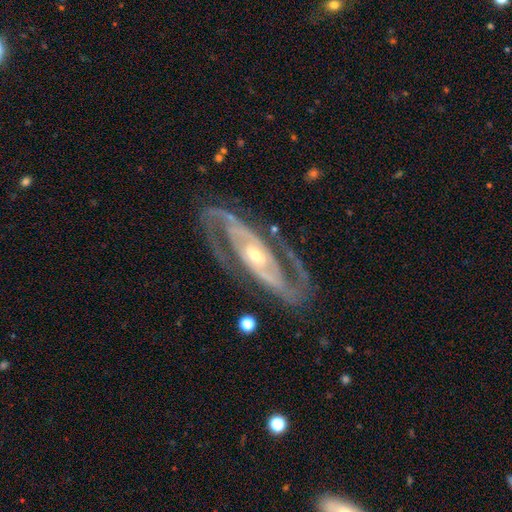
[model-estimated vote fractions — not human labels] Smooth or featured? Predicted: featured or disk (p=0.92). Edge-on disk? Predicted: no (p=0.93). Bar? Predicted: no (p=0.38). Spiral arms? Predicted: yes (p=0.96). Spiral winding? Predicted: medium (p=0.49). Spiral arm count? Predicted: 2 (p=0.91). Bulge size? Predicted: moderate (p=0.51). Merging? Predicted: none (p=0.81).